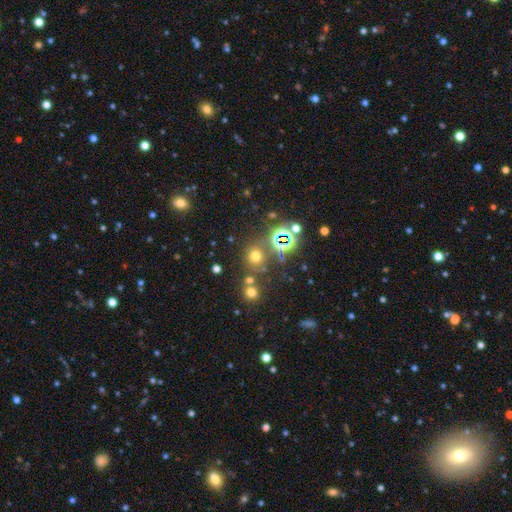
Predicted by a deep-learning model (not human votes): Smooth or featured? smooth (56%)
How rounded? round (86%)
Merging? none (73%)